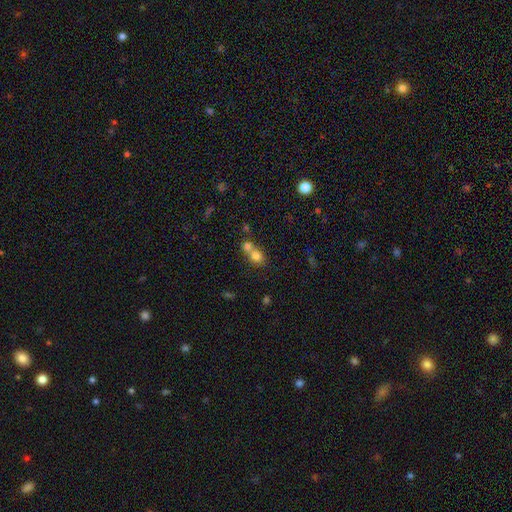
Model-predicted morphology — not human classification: Overall: smooth (75%). How rounded: round (68%; in between 31%). Merging: merger (63%; none 29%).